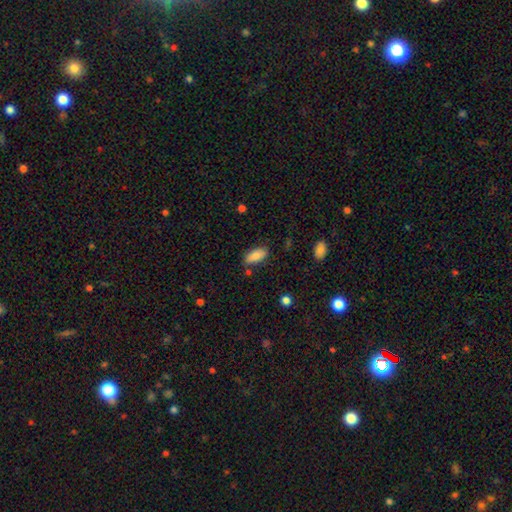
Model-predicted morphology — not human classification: type=smooth (83%); roundness=in between (88%); merging=none (74%).